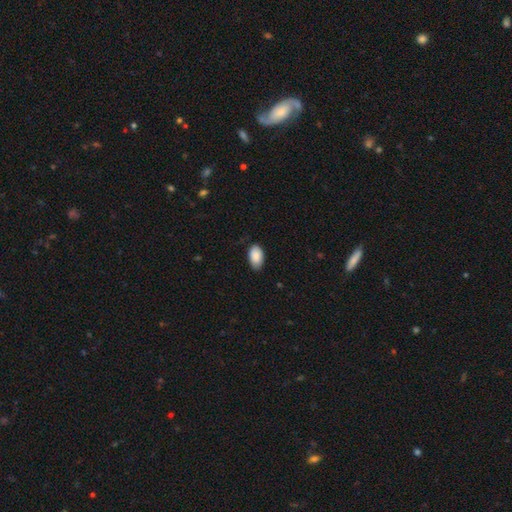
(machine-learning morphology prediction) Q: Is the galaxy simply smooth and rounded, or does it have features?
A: smooth — 88%.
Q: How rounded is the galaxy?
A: in between — 95%.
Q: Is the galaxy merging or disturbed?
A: none — 80%.